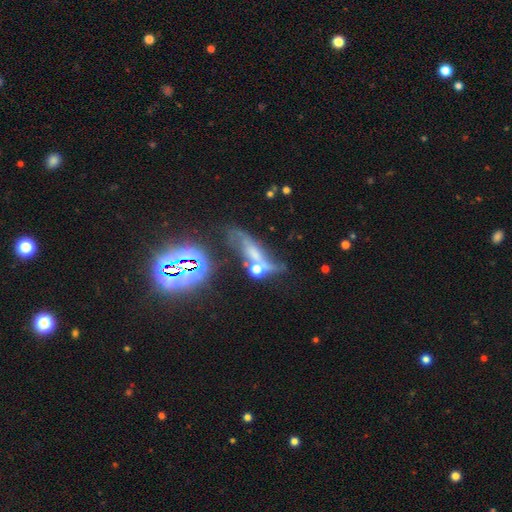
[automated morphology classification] This appears to be a featured or disk galaxy (38%). Merging: merger (35%).